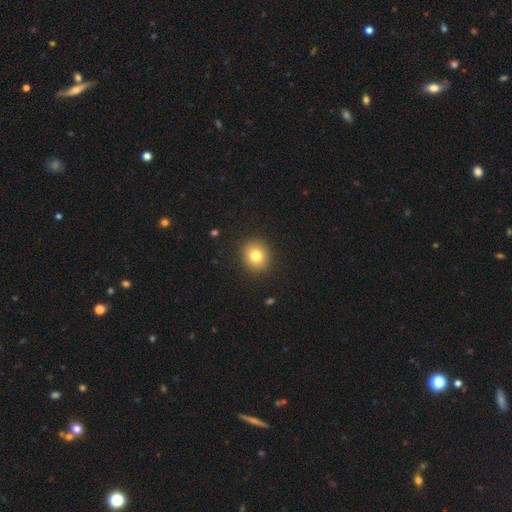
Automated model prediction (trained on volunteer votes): smooth-or-featured: smooth: 79% | star or artifact: 11% | featured or disk: 10%
  how-rounded: round: 84% | in between: 15% | cigar-shaped: 1%
  merging: none: 90% | minor disturbance: 7% | major disturbance: 2% | merger: 1%